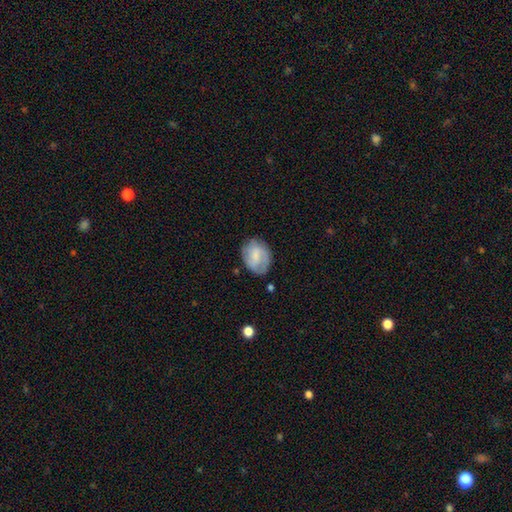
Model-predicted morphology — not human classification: A smooth galaxy with no disk features (59%) that is in between round and cigar-shaped (62%). Merging: none (64%).